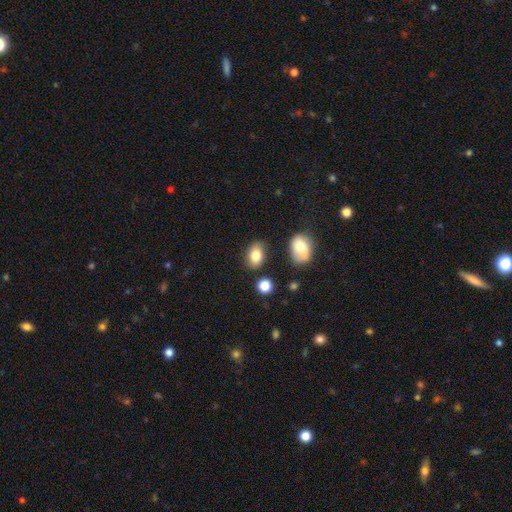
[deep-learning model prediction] This appears to be a smooth galaxy with no disk features (82%) that is in between round and cigar-shaped (81%). Merging: none (79%).